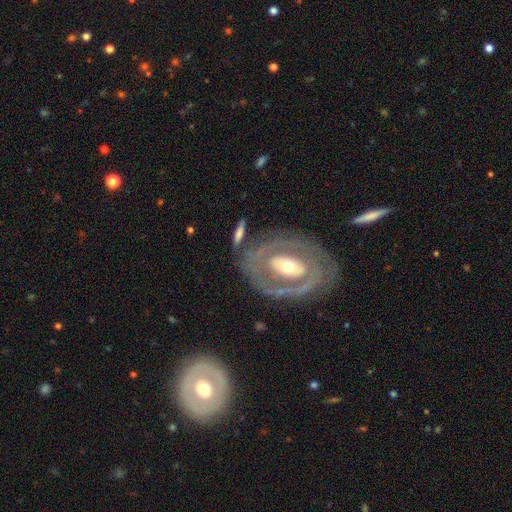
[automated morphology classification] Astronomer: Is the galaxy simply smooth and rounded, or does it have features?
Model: featured or disk — 79%.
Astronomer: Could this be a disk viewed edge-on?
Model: no — 93%.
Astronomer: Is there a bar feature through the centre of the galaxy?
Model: no — 36% (runner-up: weak, 34%).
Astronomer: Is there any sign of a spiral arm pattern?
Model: yes — 59% (runner-up: no, 41%).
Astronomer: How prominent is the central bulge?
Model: moderate — 66%.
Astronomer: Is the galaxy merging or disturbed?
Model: none — 73%.